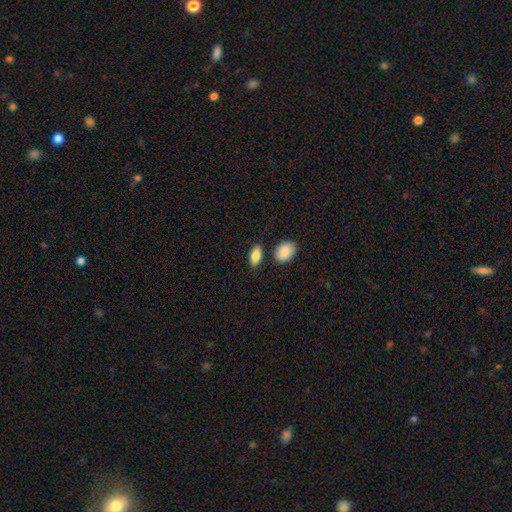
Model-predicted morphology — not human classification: smooth_or_featured: smooth (p=0.84) [alt: featured or disk p=0.09]
how_rounded: in between (p=0.87) [alt: cigar-shaped p=0.08]
merging: none (p=0.80) [alt: minor disturbance p=0.10]